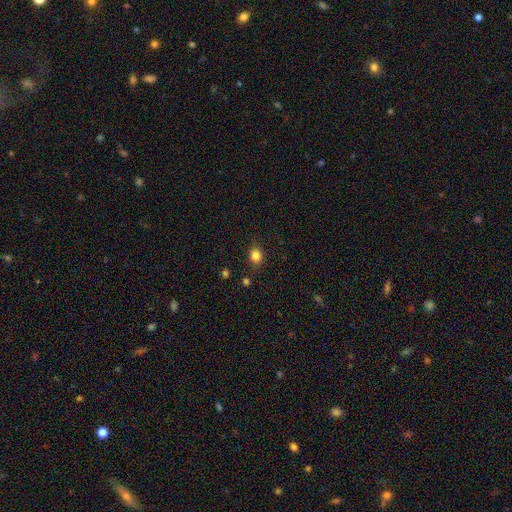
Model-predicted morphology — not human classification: Smooth or featured? smooth (82%)
How rounded? round (60%)
Merging? none (82%)